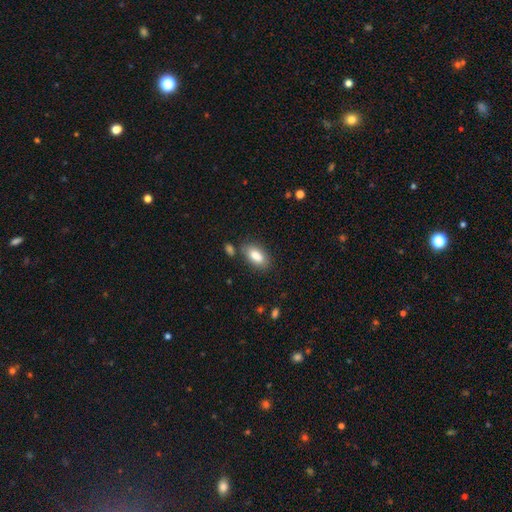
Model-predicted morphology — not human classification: The model was most divided on "merging": none: 74%, minor disturbance: 14%, merger: 8%, major disturbance: 4%. More confident: how rounded — in between (90%); smooth or featured — smooth (83%).